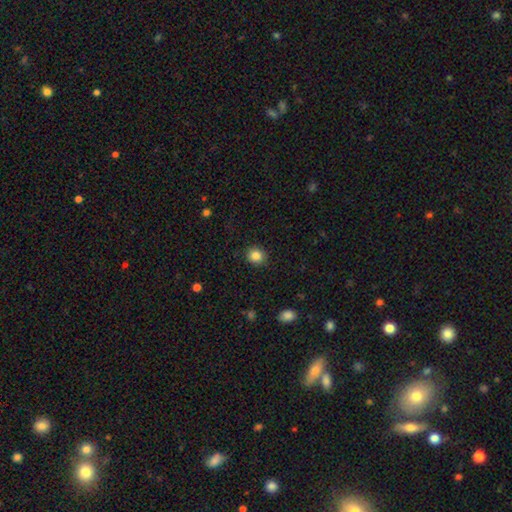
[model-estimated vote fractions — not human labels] Smooth or featured: smooth — 85% (star or artifact — 10%)
How rounded: round — 85% (in between — 14%)
Merging: none — 90% (minor disturbance — 7%)